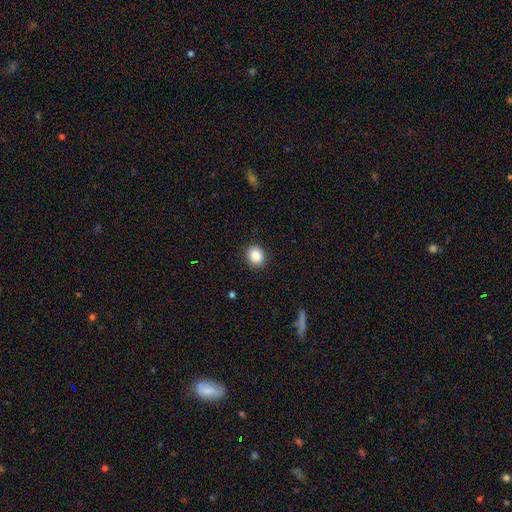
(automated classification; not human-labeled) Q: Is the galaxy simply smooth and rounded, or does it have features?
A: smooth — 88%.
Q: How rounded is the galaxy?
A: round — 74%.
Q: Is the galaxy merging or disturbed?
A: none — 90%.